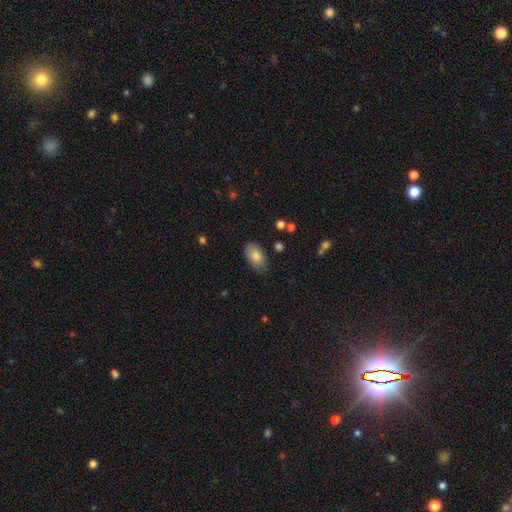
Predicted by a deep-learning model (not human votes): Morphology: type=smooth (80%); roundness=in between (93%); merging=none (75%).